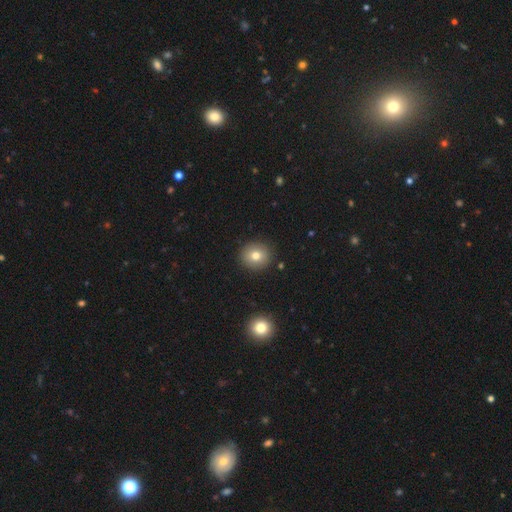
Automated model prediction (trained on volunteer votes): Smooth or featured: smooth — 76% (featured or disk — 12%)
How rounded: round — 87% (in between — 12%)
Merging: none — 90% (minor disturbance — 6%)